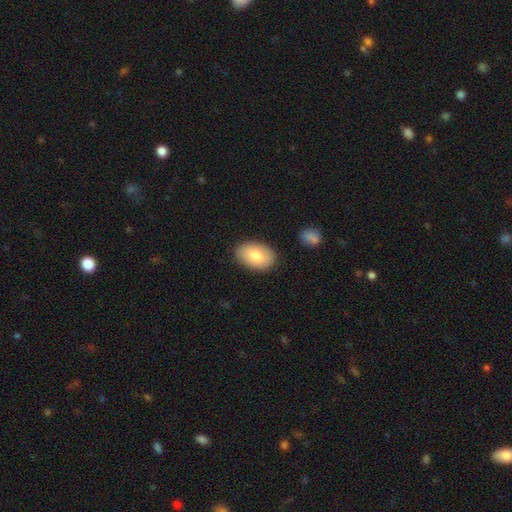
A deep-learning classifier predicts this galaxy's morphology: Overall: smooth (75%). How rounded: in between (90%). Merging: none (85%).